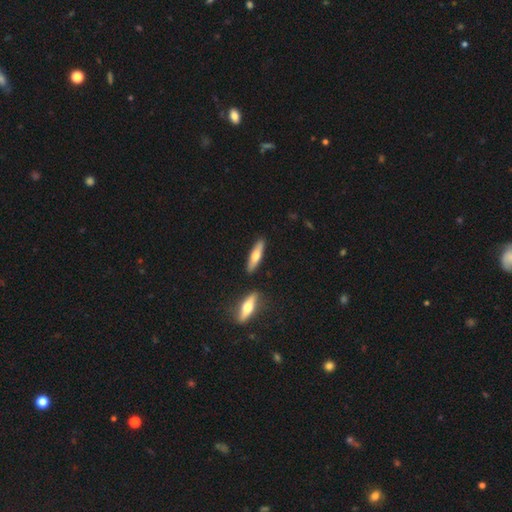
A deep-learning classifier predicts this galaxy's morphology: A smooth galaxy with no disk features (53%) that is cigar-shaped (76%). Merging: none (85%).